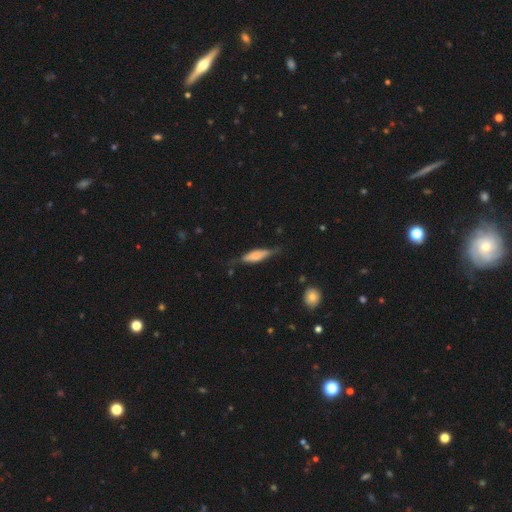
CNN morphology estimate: Smooth or featured? Predicted: smooth (p=0.58). How rounded? Predicted: cigar-shaped (p=0.61). Merging? Predicted: none (p=0.63).